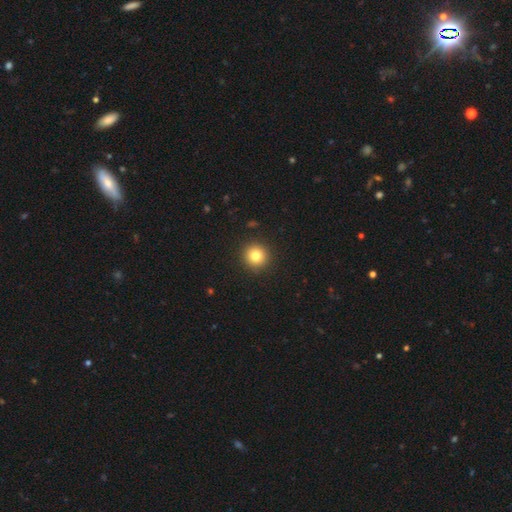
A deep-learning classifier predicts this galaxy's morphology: Overall: smooth (81%). How rounded: round (95%). Merging: none (92%).